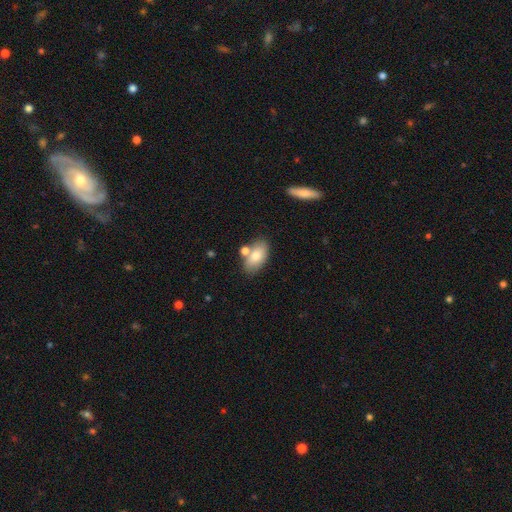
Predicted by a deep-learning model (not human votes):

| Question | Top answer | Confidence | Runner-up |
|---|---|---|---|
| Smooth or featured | smooth | 77% | featured or disk (15%) |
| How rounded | in between | 92% | round (5%) |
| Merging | none | 66% | merger (17%) |